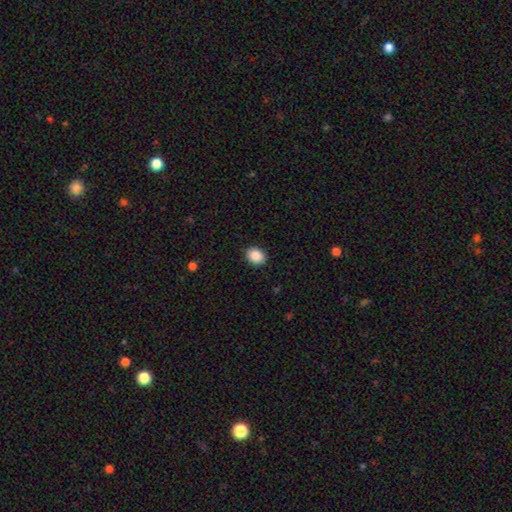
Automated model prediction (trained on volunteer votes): Q: Smooth or featured?
A: smooth (89%); runner-up: star or artifact (8%)
Q: How rounded?
A: in between (54%); runner-up: round (46%)
Q: Merging?
A: none (90%); runner-up: minor disturbance (7%)